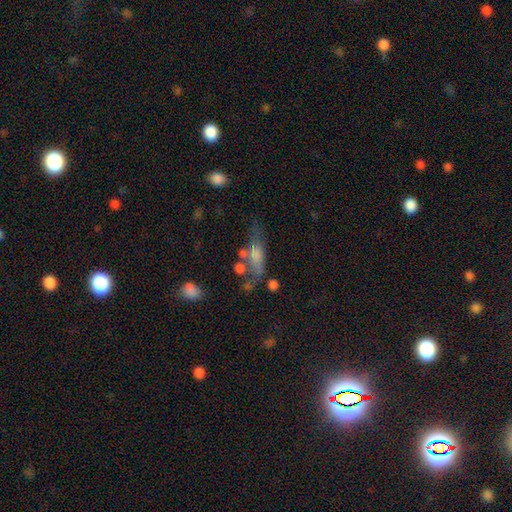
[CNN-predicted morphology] smooth-or-featured: smooth: 56% | featured or disk: 32% | star or artifact: 12%
  how-rounded: in between: 58% | cigar-shaped: 35% | round: 7%
  merging: none: 35% | major disturbance: 23% | minor disturbance: 22% | merger: 21%